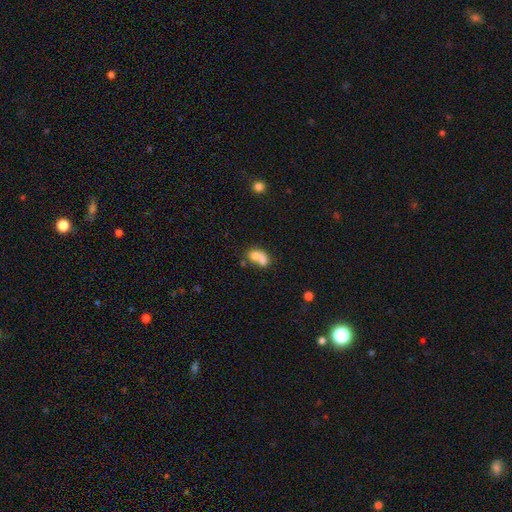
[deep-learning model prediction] Smooth or featured: smooth — 68% (featured or disk — 21%)
How rounded: in between — 64% (round — 34%)
Merging: merger — 65% (none — 20%)